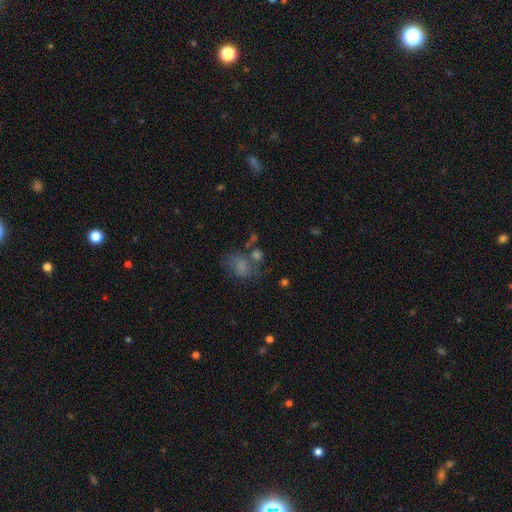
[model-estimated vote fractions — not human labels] Smooth or featured? smooth (56%)
How rounded? in between (62%)
Merging? none (42%)